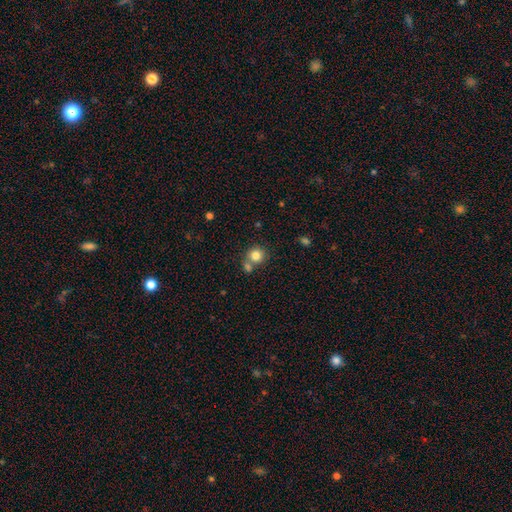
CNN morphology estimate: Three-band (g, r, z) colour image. It shows a smooth galaxy with no disk features (81%) that is round (87%). Merging: none (57%).